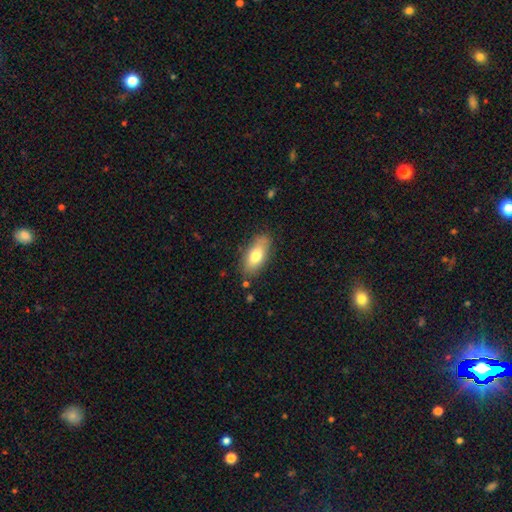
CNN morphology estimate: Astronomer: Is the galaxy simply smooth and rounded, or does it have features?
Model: smooth — 73%.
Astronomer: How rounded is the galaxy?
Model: in between — 86%.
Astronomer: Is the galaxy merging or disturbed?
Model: none — 81%.